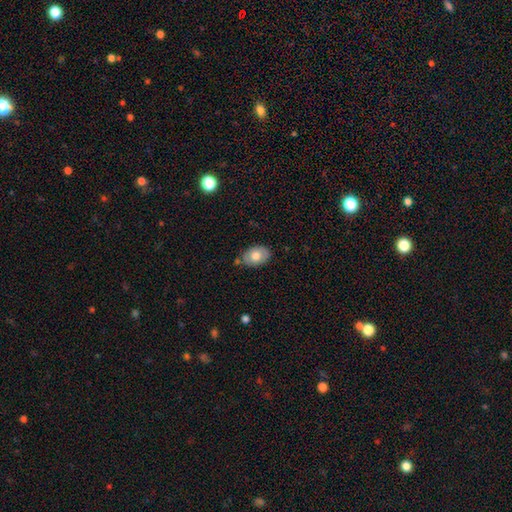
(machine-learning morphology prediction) This appears to be a smooth galaxy with no disk features (71%) that is in between round and cigar-shaped (83%). Merging: none (74%).